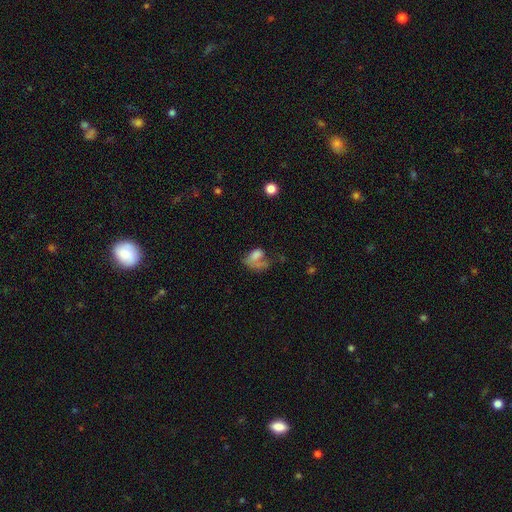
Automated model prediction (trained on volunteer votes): smooth 59%, featured or disk 28%, star or artifact 13%. Down the decision tree: how rounded — in between (82%); merging — major disturbance (43%).